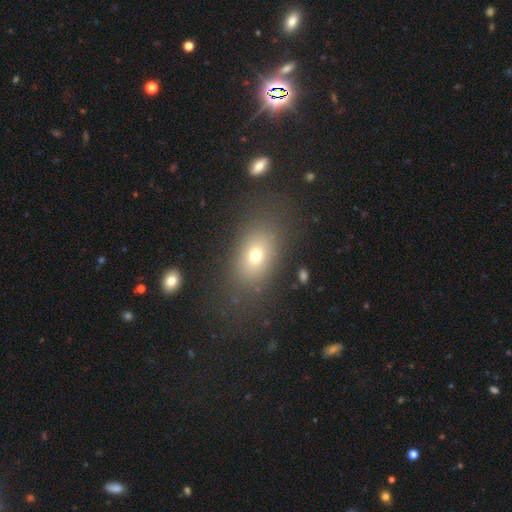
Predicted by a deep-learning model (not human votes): Smooth or featured: smooth — 70% (featured or disk — 16%)
How rounded: in between — 76% (round — 22%)
Merging: none — 76% (minor disturbance — 13%)